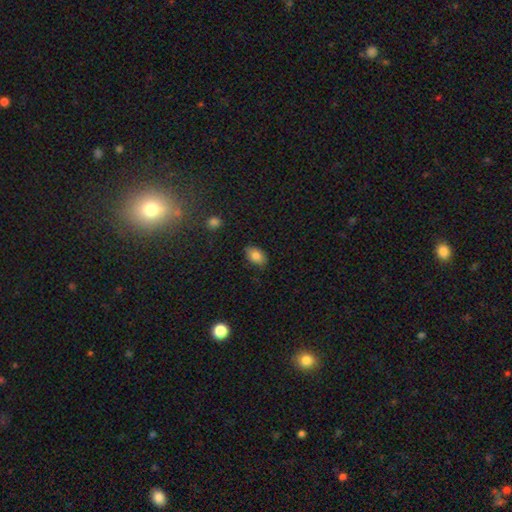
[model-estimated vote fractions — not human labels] Smooth or featured? smooth (83%)
How rounded? in between (88%)
Merging? none (84%)